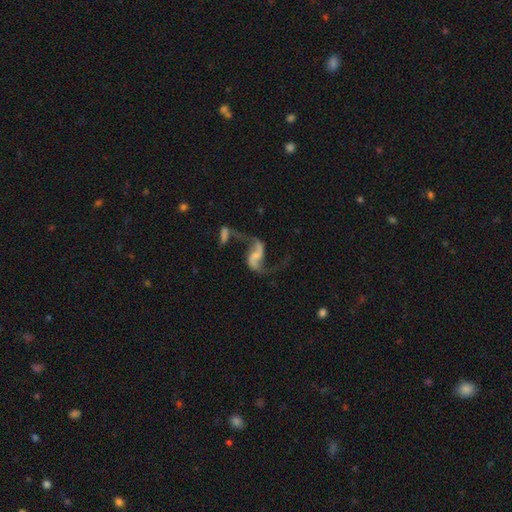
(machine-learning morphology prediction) A featured or disk galaxy (87%) with a weak bar (43%), 2 (92%) loose (87%) spiral arms (94%) and no central bulge (50%).

Vote fractions:
- Smooth or featured? featured or disk: 87% / smooth: 7% / star or artifact: 6%
- Edge-on disk? no: 97% / yes: 3%
- Bar? weak: 43% / no: 34% / strong: 23%
- Spiral arms? yes: 94% / no: 6%
- Spiral winding? loose: 87% / medium: 10% / tight: 2%
- Spiral arm count? 2: 92% / 1: 4% / can't tell: 2% / 3: 1% / 4: 1% / more than 4: 1%
- Bulge size? none: 50% / small: 28% / moderate: 15% / large: 5% / dominant: 2%
- Merging? none: 43% / merger: 25% / major disturbance: 18% / minor disturbance: 14%